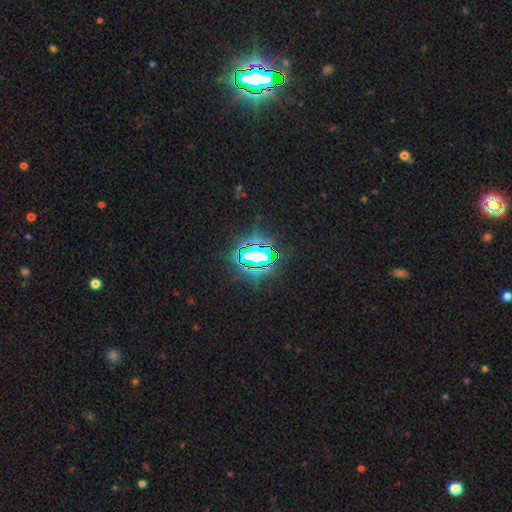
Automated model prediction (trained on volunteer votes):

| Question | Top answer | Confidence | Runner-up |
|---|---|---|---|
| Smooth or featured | star or artifact | 76% | smooth (13%) |